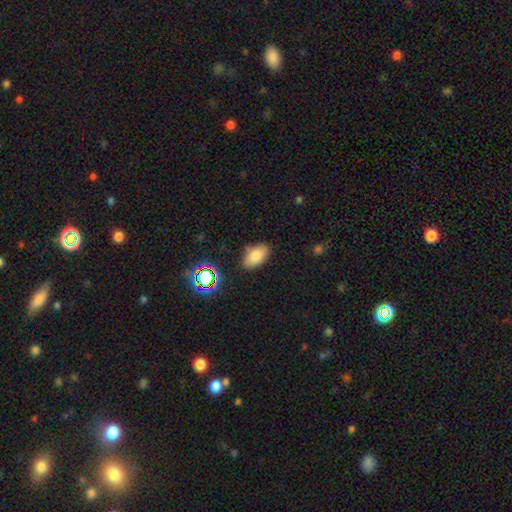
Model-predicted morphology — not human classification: Smooth or featured?
  - smooth: 80% *
  - star or artifact: 12%
  - featured or disk: 8%
How rounded?
  - in between: 93% *
  - round: 5%
  - cigar-shaped: 2%
Merging?
  - none: 79% *
  - minor disturbance: 15%
  - major disturbance: 3%
  - merger: 3%